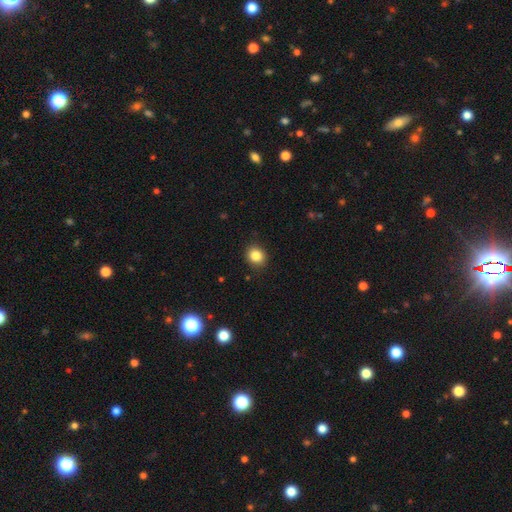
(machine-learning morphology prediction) This appears to be a smooth galaxy with no disk features (84%) that is round (75%). Merging: none (89%).